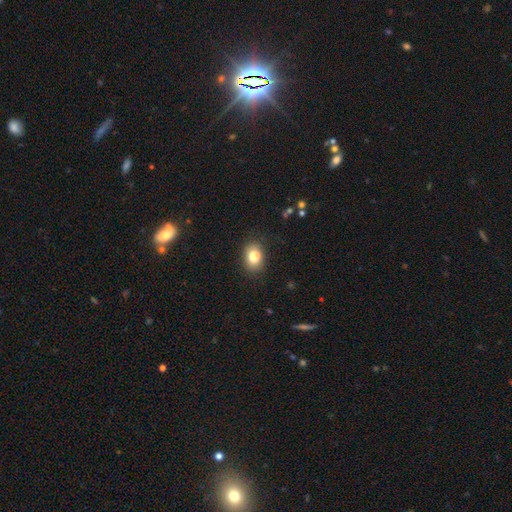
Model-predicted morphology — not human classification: Q: Smooth or featured?
A: smooth (81%); runner-up: star or artifact (10%)
Q: How rounded?
A: in between (67%); runner-up: round (32%)
Q: Merging?
A: none (83%); runner-up: minor disturbance (12%)